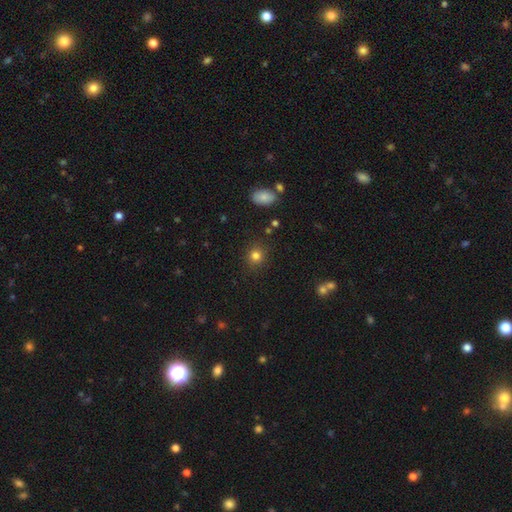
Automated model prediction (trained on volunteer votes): Smooth or featured? smooth (81%)
How rounded? round (86%)
Merging? none (88%)